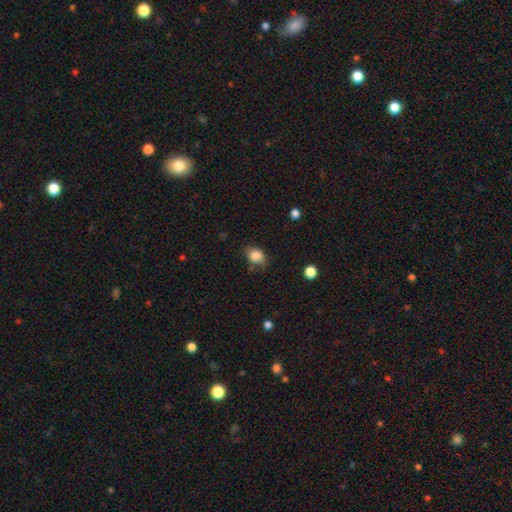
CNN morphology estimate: This appears to be a smooth galaxy with no disk features (84%) that is in between round and cigar-shaped (56%). Merging: none (68%).